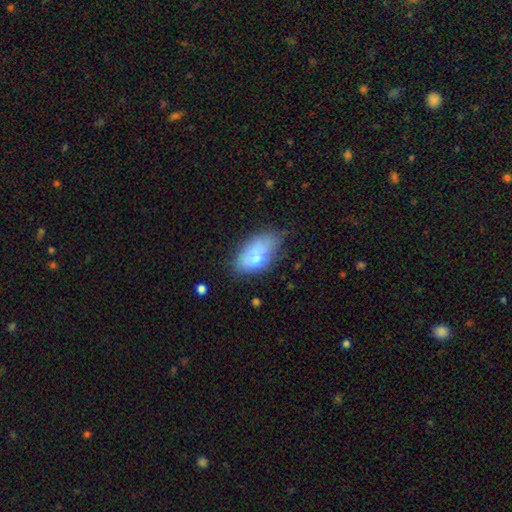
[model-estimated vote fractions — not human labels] Smooth or featured? smooth (78%)
How rounded? in between (93%)
Merging? none (52%)